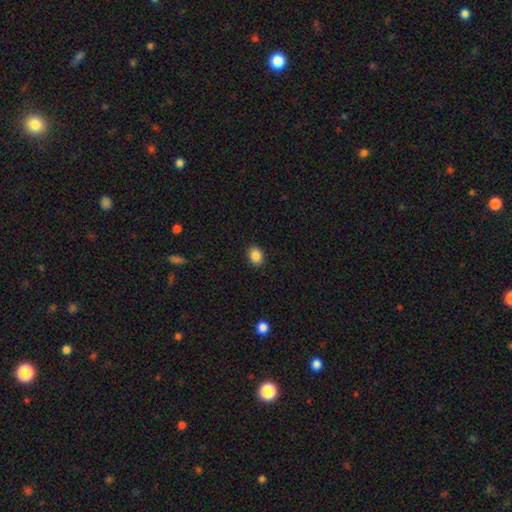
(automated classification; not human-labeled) Q: Smooth or featured?
A: smooth (88%); runner-up: star or artifact (9%)
Q: How rounded?
A: in between (67%); runner-up: round (32%)
Q: Merging?
A: none (90%); runner-up: minor disturbance (7%)